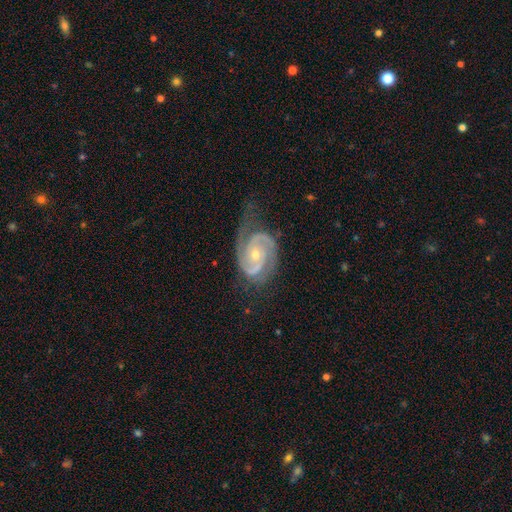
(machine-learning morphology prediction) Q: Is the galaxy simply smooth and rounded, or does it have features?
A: featured or disk — 91%.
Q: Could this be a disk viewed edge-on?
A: no — 98%.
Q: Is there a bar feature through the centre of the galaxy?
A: no — 66%.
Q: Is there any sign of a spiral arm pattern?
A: yes — 98%.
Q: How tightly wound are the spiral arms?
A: medium — 46%.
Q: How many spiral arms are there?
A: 2 — 86%.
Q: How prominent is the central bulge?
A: small — 58%.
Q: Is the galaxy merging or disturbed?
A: none — 62%.